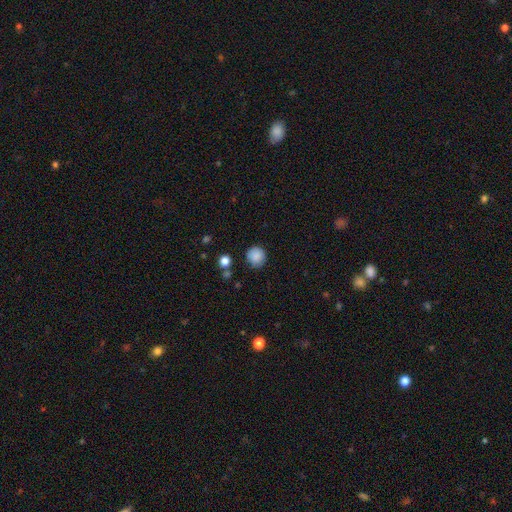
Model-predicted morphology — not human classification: Smooth or featured: smooth — 87% (star or artifact — 9%)
How rounded: round — 93% (in between — 6%)
Merging: none — 83% (minor disturbance — 11%)